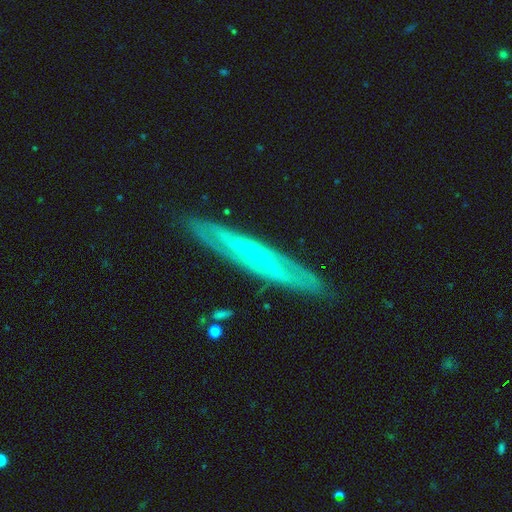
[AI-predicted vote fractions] smooth_or_featured: featured or disk (p=0.76) [alt: smooth p=0.18]
disk_edge_on: yes (p=0.63) [alt: no p=0.37]
merging: none (p=0.85) [alt: minor disturbance p=0.11]